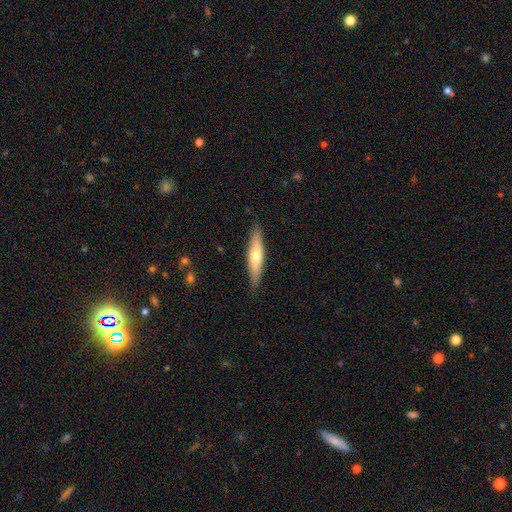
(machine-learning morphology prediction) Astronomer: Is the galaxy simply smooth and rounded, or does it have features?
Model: featured or disk — 48% (runner-up: smooth, 47%).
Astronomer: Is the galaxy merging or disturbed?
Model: none — 88%.